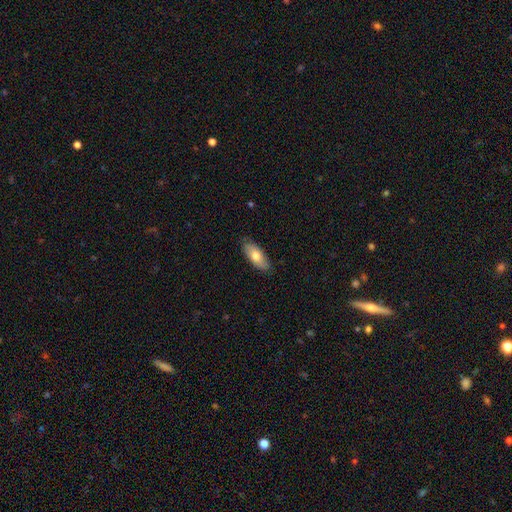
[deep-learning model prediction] Overall: smooth (73%). How rounded: in between (83%). Merging: none (83%).